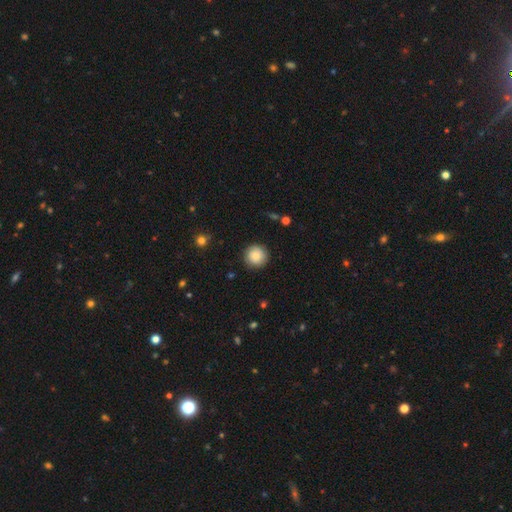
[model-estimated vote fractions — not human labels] Smooth or featured? smooth (83%)
How rounded? round (95%)
Merging? none (88%)